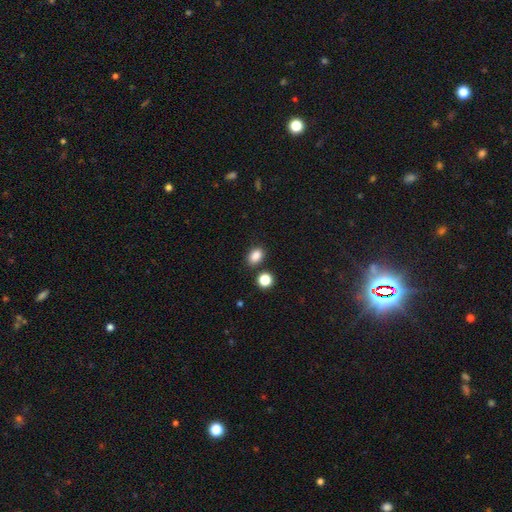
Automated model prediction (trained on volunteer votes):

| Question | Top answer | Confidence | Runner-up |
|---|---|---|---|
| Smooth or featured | smooth | 86% | star or artifact (10%) |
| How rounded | in between | 74% | round (25%) |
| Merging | none | 80% | minor disturbance (10%) |